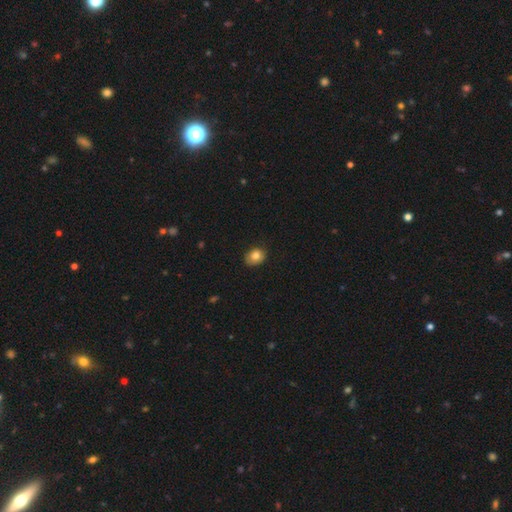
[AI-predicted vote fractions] Overall: smooth (82%). How rounded: in between (53%; round 46%). Merging: none (80%).